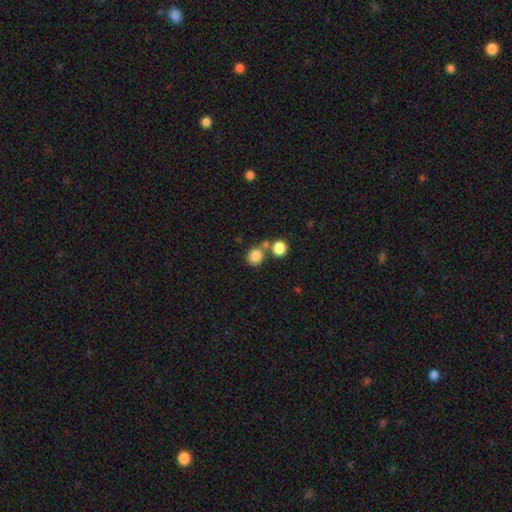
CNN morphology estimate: Smooth or featured?
  - smooth: 84% *
  - star or artifact: 10%
  - featured or disk: 5%
How rounded?
  - round: 82% *
  - in between: 17%
  - cigar-shaped: 1%
Merging?
  - none: 61% *
  - merger: 28%
  - minor disturbance: 8%
  - major disturbance: 3%